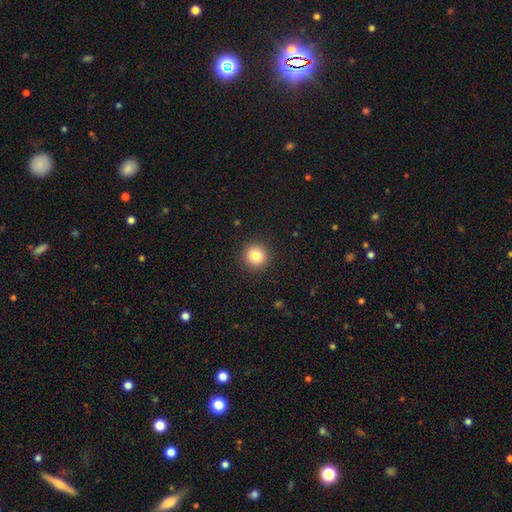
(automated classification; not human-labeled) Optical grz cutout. It shows a smooth galaxy with no disk features (83%) that is round (95%). Merging: none (92%).